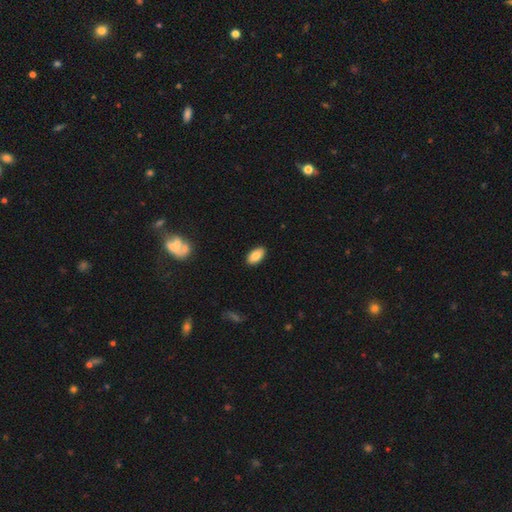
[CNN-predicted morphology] smooth 84%, featured or disk 8%, star or artifact 7%. Down the decision tree: how rounded — in between (94%); merging — none (90%).